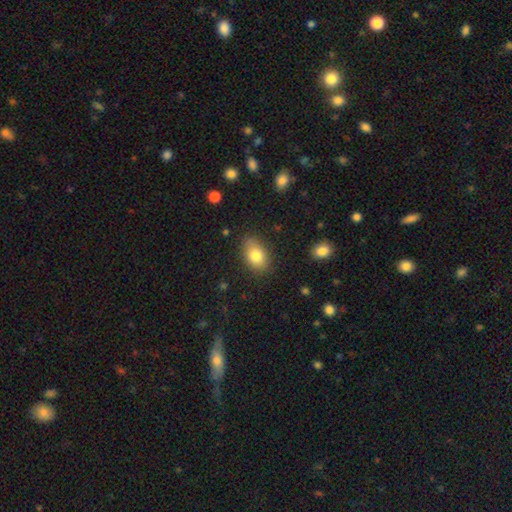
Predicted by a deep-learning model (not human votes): A smooth galaxy with no disk features (80%) that is in between round and cigar-shaped (86%).

Vote fractions:
- Smooth or featured? smooth: 80% / featured or disk: 12% / star or artifact: 8%
- How rounded? in between: 86% / round: 13% / cigar-shaped: 2%
- Merging? none: 81% / minor disturbance: 14% / major disturbance: 3% / merger: 1%